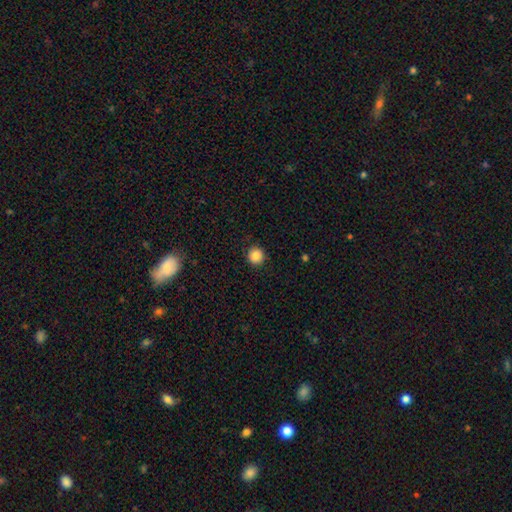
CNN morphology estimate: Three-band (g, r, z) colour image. It shows a smooth galaxy with no disk features (87%) that is round (94%). Merging: none (90%).